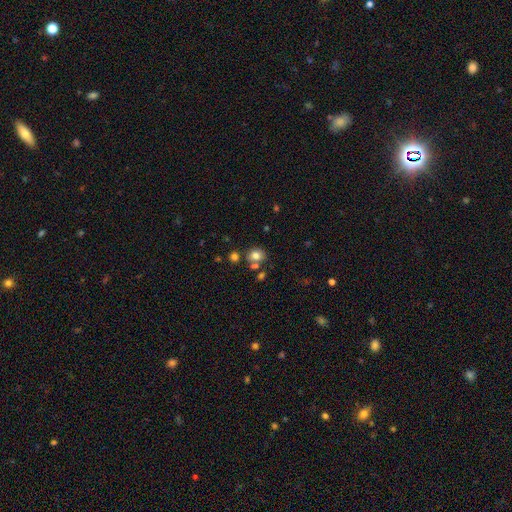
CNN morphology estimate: type=smooth (77%); roundness=round (72%); merging=none (68%).